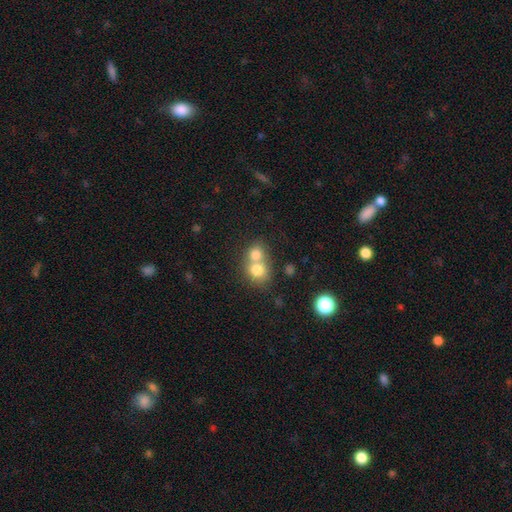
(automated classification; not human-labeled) Morphology: type=smooth (65%); roundness=round (77%); merging=merger (55%).